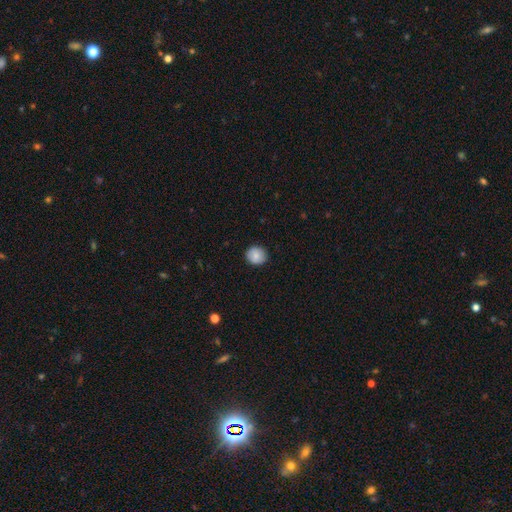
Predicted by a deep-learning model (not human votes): Q: Smooth or featured?
A: smooth (81%); runner-up: featured or disk (11%)
Q: How rounded?
A: round (86%); runner-up: in between (14%)
Q: Merging?
A: none (89%); runner-up: minor disturbance (9%)